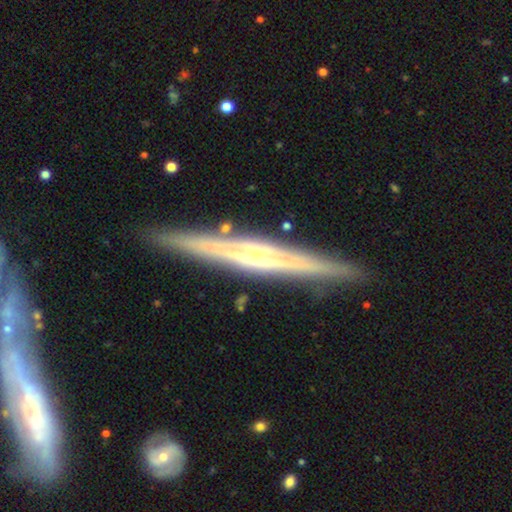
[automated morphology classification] featured or disk 78%, smooth 16%, star or artifact 5%. Down the decision tree: edge-on disk — yes (97%); edge-on bulge — rounded (51%); merging — none (90%).